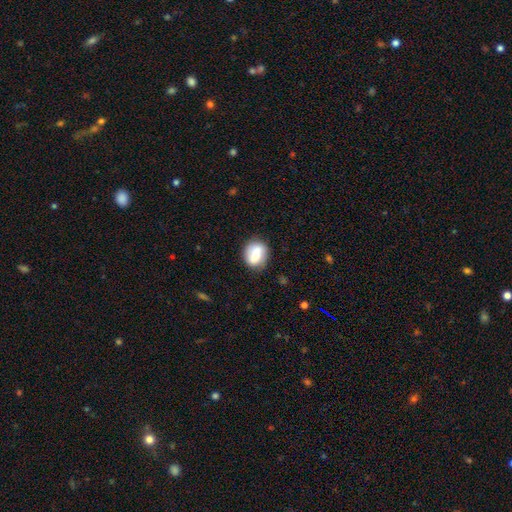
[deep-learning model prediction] Morphology: type=smooth (66%); roundness=round (58%); merging=none (73%).